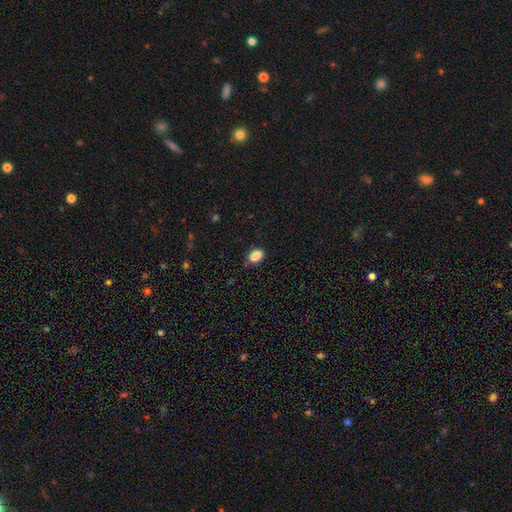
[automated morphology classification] type=smooth (88%); roundness=in between (84%); merging=none (77%).